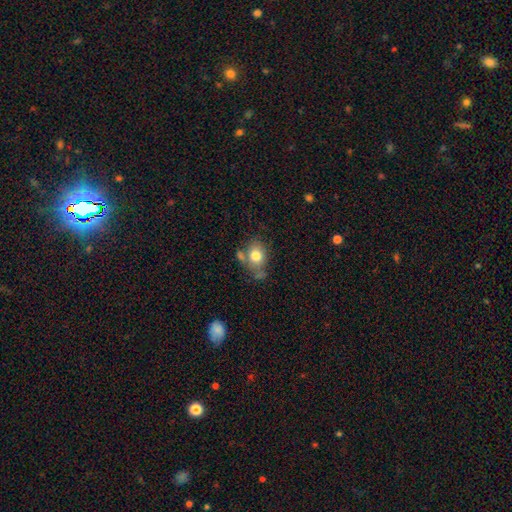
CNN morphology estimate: Q: Smooth or featured?
A: smooth (77%); runner-up: featured or disk (14%)
Q: How rounded?
A: in between (53%); runner-up: round (46%)
Q: Merging?
A: none (50%); runner-up: minor disturbance (22%)